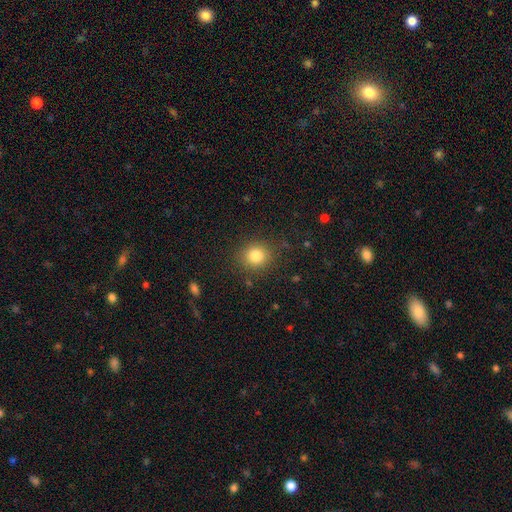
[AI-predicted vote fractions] This is clearly a smooth galaxy (82%). How rounded: clearly round (81%). Merging: clearly none (86%).